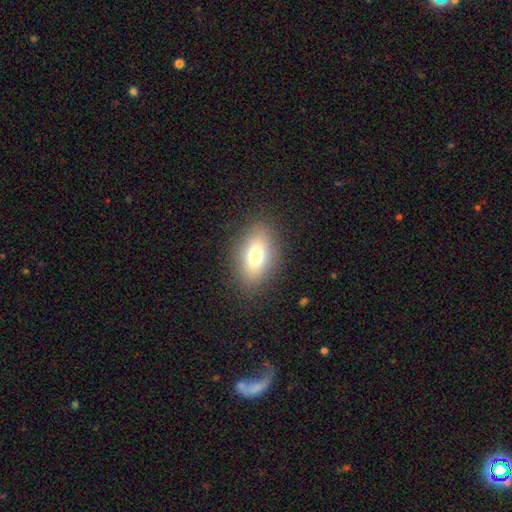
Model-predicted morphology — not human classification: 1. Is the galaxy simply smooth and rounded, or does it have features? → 74% smooth, 15% featured or disk, 11% star or artifact.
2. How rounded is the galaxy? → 83% in between, 14% round, 3% cigar-shaped.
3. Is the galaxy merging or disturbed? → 85% none, 10% minor disturbance, 4% major disturbance, 1% merger.